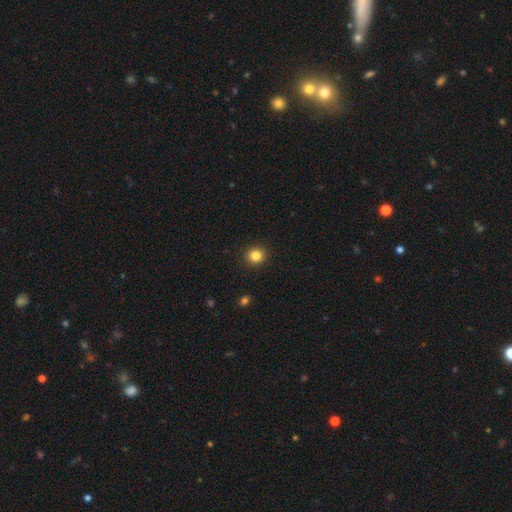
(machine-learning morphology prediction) Smooth or featured? Predicted: smooth (p=0.84). How rounded? Predicted: round (p=0.90). Merging? Predicted: none (p=0.92).